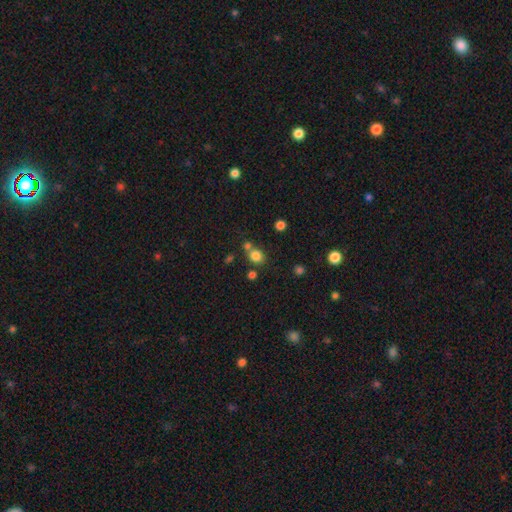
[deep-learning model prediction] Smooth or featured? smooth (79%)
How rounded? round (73%)
Merging? none (61%)